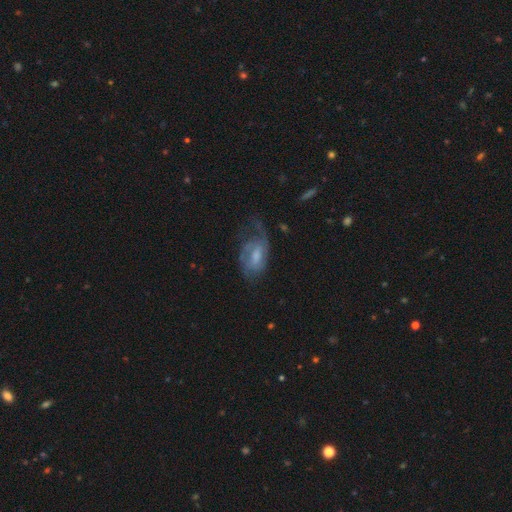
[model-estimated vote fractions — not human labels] Smooth or featured: featured or disk — 66% (smooth — 27%)
Edge-on disk: no — 95% (yes — 5%)
Bar: weak — 47% (no — 42%)
Spiral arms: yes — 82% (no — 18%)
Spiral winding: medium — 43% (tight — 29%)
Spiral arm count: 2 — 42% (can't tell — 25%)
Bulge size: moderate — 48% (small — 25%)
Merging: none — 38% (major disturbance — 34%)